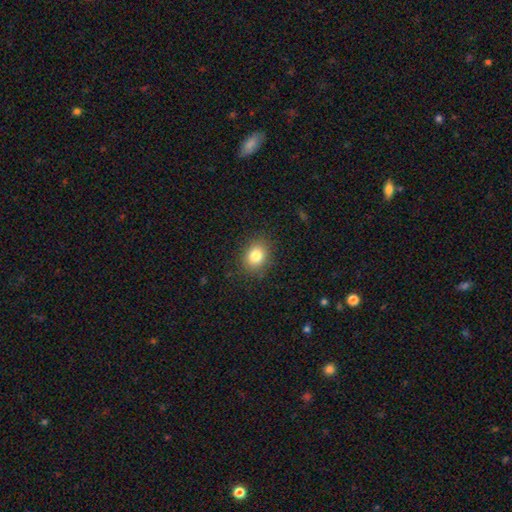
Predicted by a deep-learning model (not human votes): Smooth or featured? Predicted: smooth (p=0.82). How rounded? Predicted: round (p=0.52). Merging? Predicted: none (p=0.87).